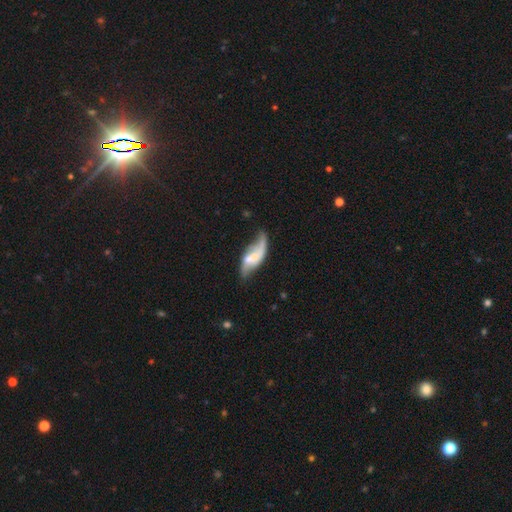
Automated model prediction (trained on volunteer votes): smooth_or_featured: featured or disk (p=0.61) [alt: smooth p=0.32]
disk_edge_on: no (p=0.87) [alt: yes p=0.13]
bar: no (p=0.52) [alt: weak p=0.34]
has_spiral_arms: yes (p=0.75) [alt: no p=0.25]
bulge_size: small (p=0.38) [alt: moderate p=0.28]
merging: none (p=0.34) [alt: minor disturbance p=0.25]